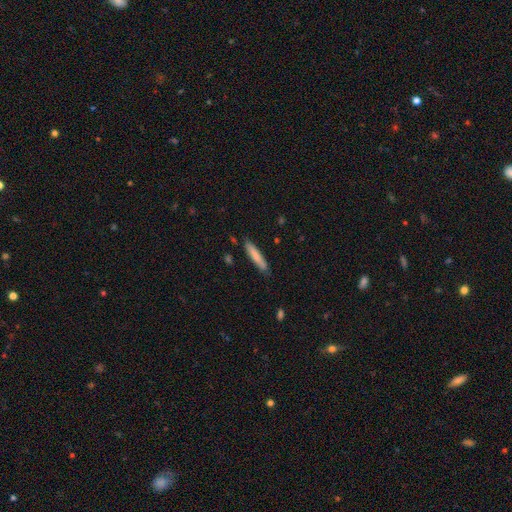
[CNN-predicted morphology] This is likely a smooth galaxy (78%). How rounded: clearly cigar-shaped (89%). Merging: clearly none (82%).